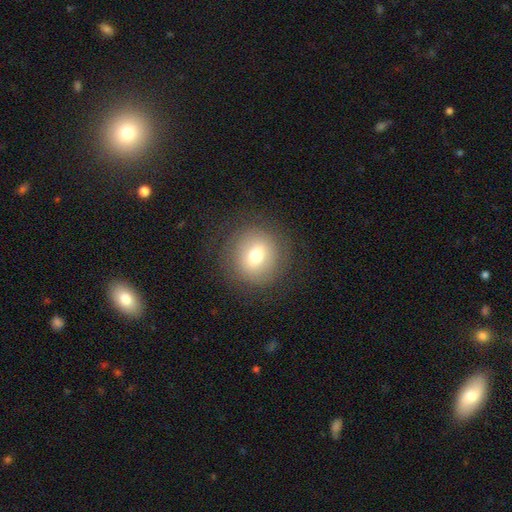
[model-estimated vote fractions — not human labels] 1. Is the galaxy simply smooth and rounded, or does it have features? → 68% smooth, 20% featured or disk, 12% star or artifact.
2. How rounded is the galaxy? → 89% round, 10% in between, 1% cigar-shaped.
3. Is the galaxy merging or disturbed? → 84% none, 9% minor disturbance, 6% major disturbance, 1% merger.